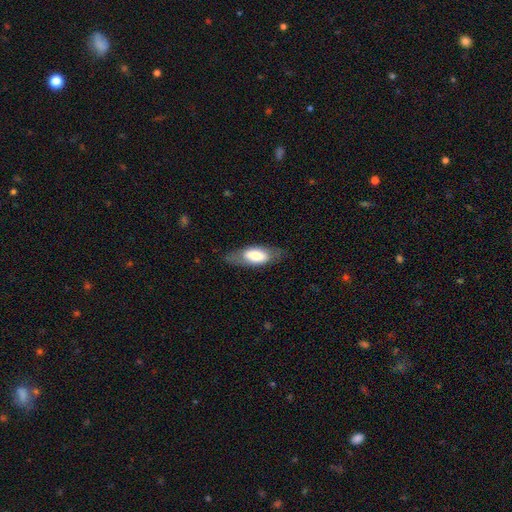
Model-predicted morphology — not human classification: Smooth or featured?
  - smooth: 60% *
  - featured or disk: 34%
  - star or artifact: 6%
How rounded?
  - in between: 80% *
  - cigar-shaped: 17%
  - round: 3%
Merging?
  - none: 75% *
  - minor disturbance: 17%
  - major disturbance: 7%
  - merger: 1%